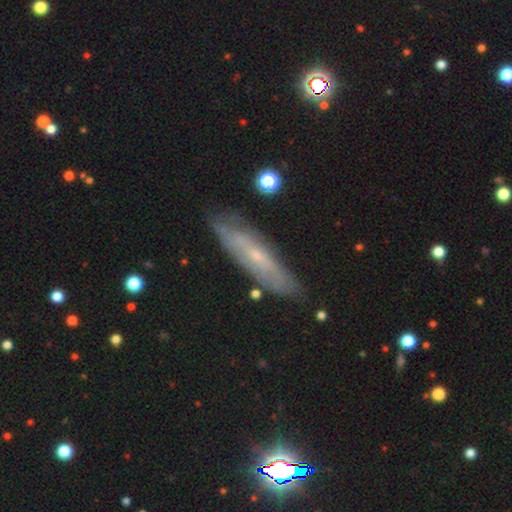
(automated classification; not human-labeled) Q: Smooth or featured?
A: featured or disk (61%); runner-up: smooth (31%)
Q: Edge-on disk?
A: no (53%); runner-up: yes (47%)
Q: Merging?
A: none (80%); runner-up: minor disturbance (15%)